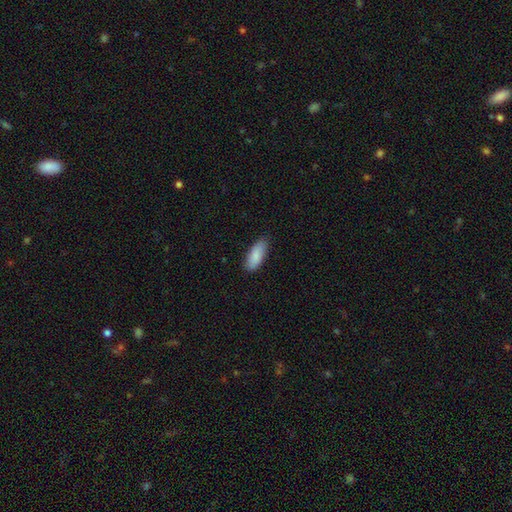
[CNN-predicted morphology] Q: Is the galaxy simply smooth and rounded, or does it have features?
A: smooth — 87%.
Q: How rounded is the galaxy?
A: in between — 78%.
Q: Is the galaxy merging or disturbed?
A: none — 84%.